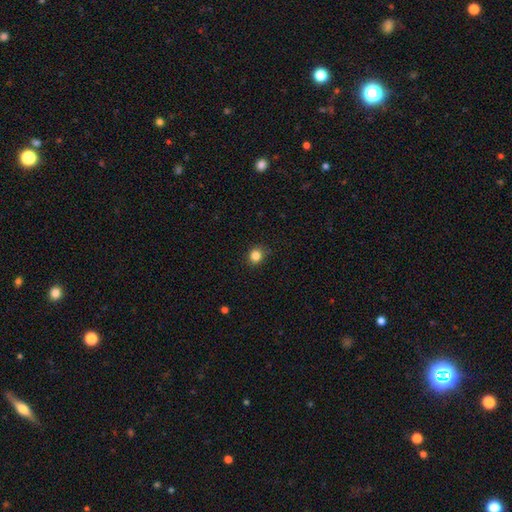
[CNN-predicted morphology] Smooth or featured? smooth (84%)
How rounded? round (82%)
Merging? none (87%)